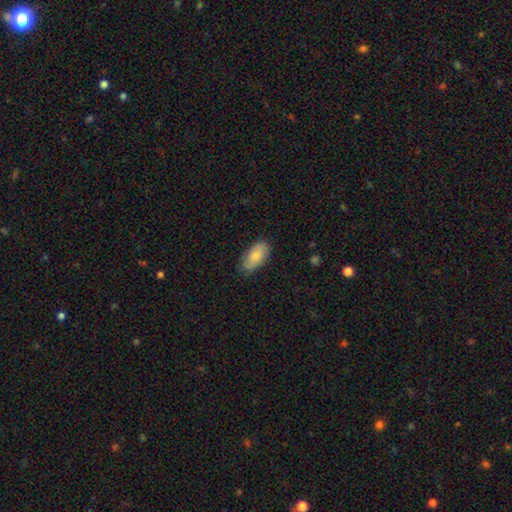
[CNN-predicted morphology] smooth_or_featured: smooth (p=0.76) [alt: featured or disk p=0.18]
how_rounded: in between (p=0.93) [alt: cigar-shaped p=0.04]
merging: none (p=0.80) [alt: minor disturbance p=0.16]